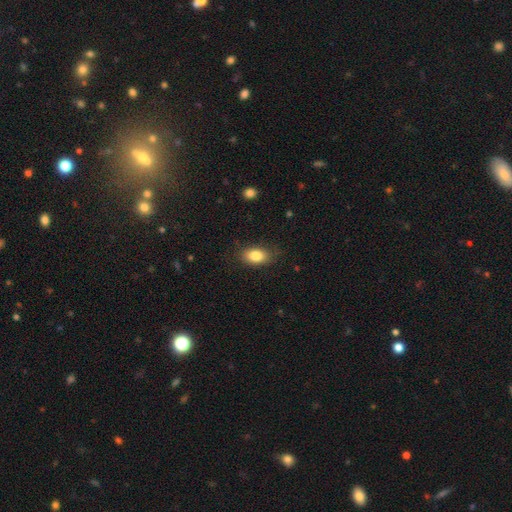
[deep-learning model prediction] This is clearly a smooth galaxy (84%). How rounded: clearly in between (87%). Merging: clearly none (81%).